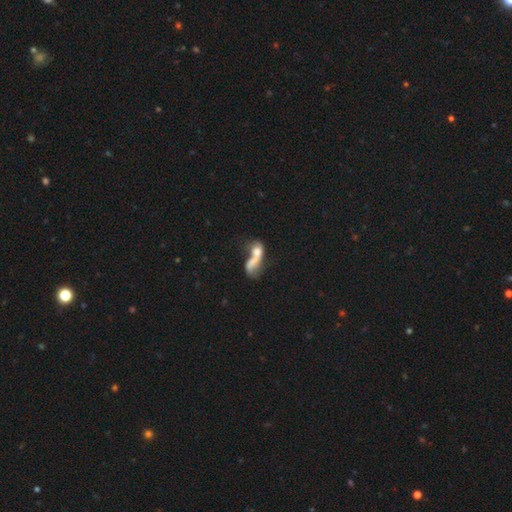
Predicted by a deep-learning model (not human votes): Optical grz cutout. It shows a smooth galaxy with no disk features (50%). Merging: merger (55%).